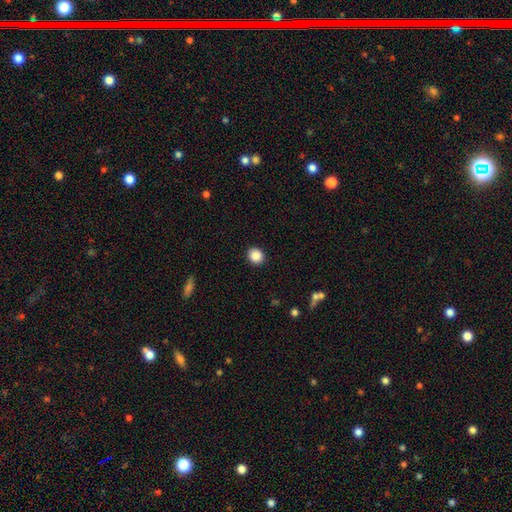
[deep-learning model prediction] Smooth or featured? Predicted: smooth (p=0.88). How rounded? Predicted: round (p=0.86). Merging? Predicted: none (p=0.92).